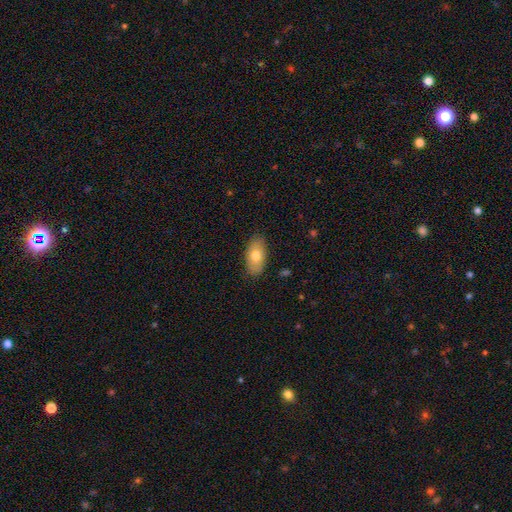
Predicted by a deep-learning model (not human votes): A smooth galaxy with no disk features (74%) that is in between round and cigar-shaped (91%).

Vote fractions:
- Smooth or featured? smooth: 74% / featured or disk: 19% / star or artifact: 7%
- How rounded? in between: 91% / cigar-shaped: 5% / round: 4%
- Merging? none: 86% / minor disturbance: 11% / major disturbance: 2% / merger: 1%